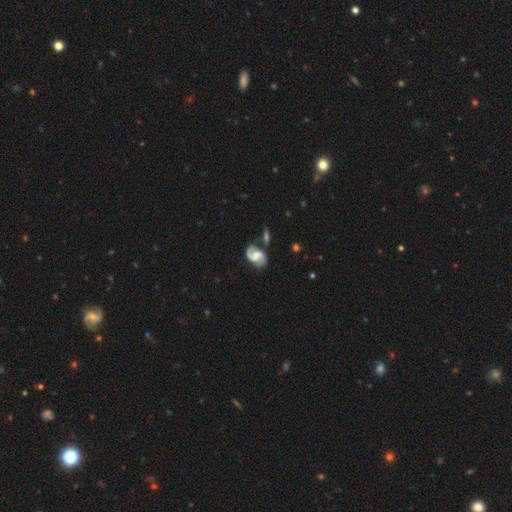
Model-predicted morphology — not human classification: Overall: featured or disk (78%). Edge-on disk: no (97%). Bar: weak (48%; no 37%). Spiral arms: yes (93%). Spiral arm count: 2 (88%). Spiral winding: medium (48%; loose 33%). Bulge size: moderate (42%; small 29%). Merging: none (55%; minor disturbance 19%).